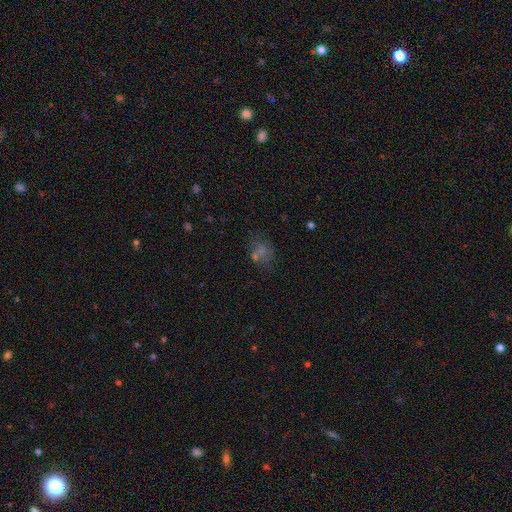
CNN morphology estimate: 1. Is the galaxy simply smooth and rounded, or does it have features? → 43% star or artifact, 39% smooth, 18% featured or disk.